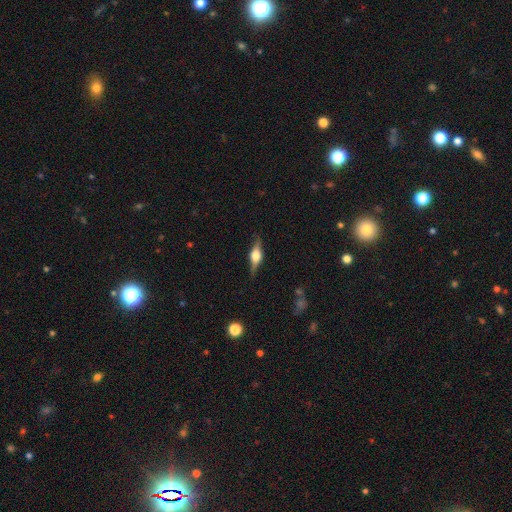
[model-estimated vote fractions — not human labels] Smooth or featured? Predicted: featured or disk (p=0.73). Edge-on disk? Predicted: yes (p=0.96). Edge-on bulge? Predicted: rounded (p=0.91). Merging? Predicted: none (p=0.84).